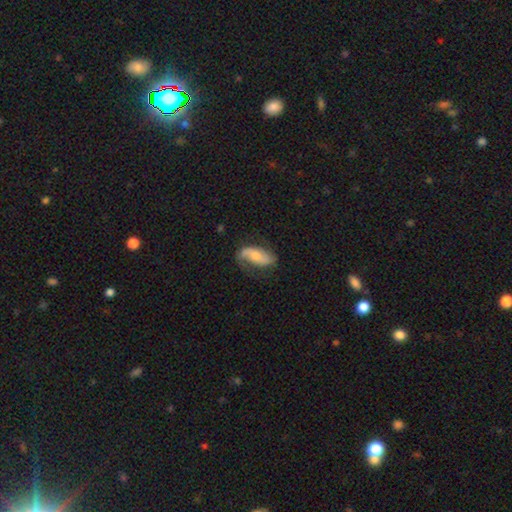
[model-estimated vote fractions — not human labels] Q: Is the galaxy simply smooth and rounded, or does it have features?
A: featured or disk — 52%.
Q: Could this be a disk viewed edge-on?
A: no — 91%.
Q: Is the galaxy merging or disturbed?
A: none — 59%.